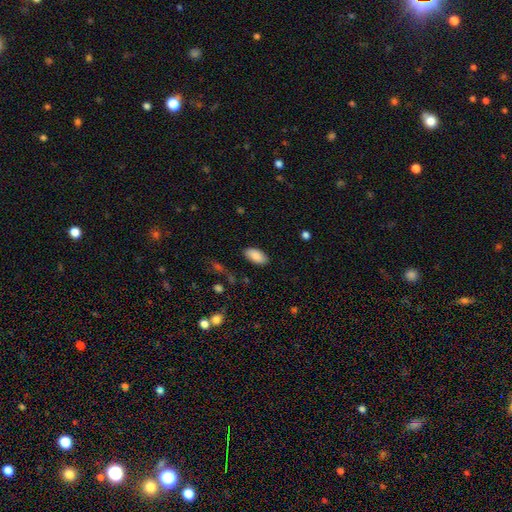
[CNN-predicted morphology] Q: Smooth or featured?
A: smooth (87%); runner-up: star or artifact (7%)
Q: How rounded?
A: in between (94%); runner-up: cigar-shaped (4%)
Q: Merging?
A: none (86%); runner-up: minor disturbance (10%)